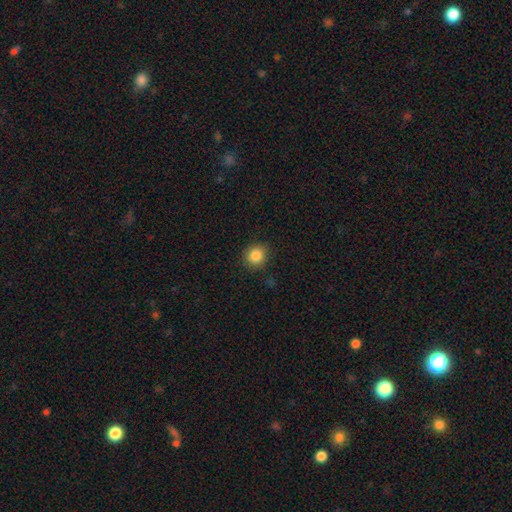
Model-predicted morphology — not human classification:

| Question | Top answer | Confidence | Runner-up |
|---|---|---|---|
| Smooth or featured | smooth | 85% | star or artifact (10%) |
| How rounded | round | 86% | in between (13%) |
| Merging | none | 88% | minor disturbance (8%) |